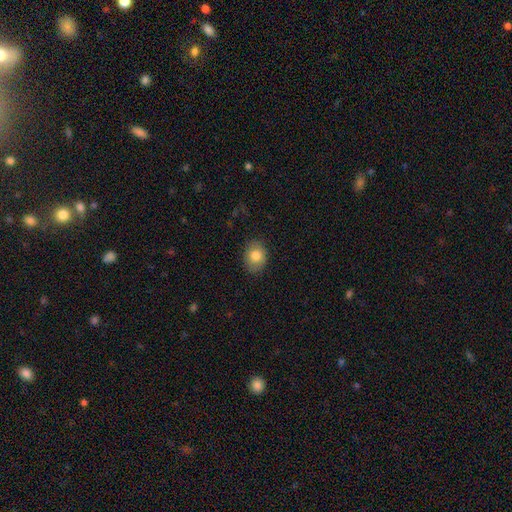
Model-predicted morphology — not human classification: A smooth galaxy with no disk features (82%) that is in between round and cigar-shaped (56%). Merging: none (85%).